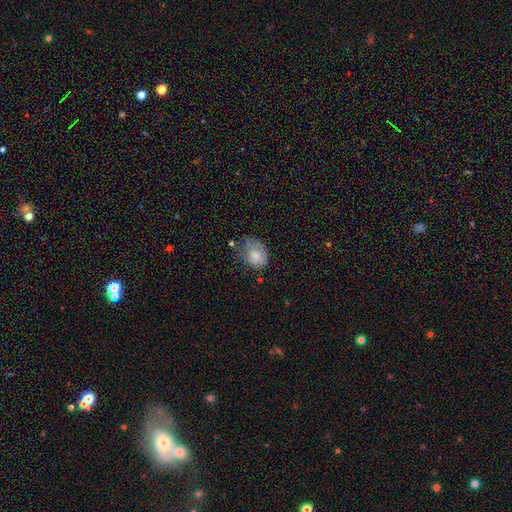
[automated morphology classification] Smooth or featured?
  - smooth: 73% *
  - featured or disk: 18%
  - star or artifact: 8%
How rounded?
  - in between: 61% *
  - round: 38%
  - cigar-shaped: 1%
Merging?
  - none: 40% *
  - minor disturbance: 37%
  - major disturbance: 18%
  - merger: 5%